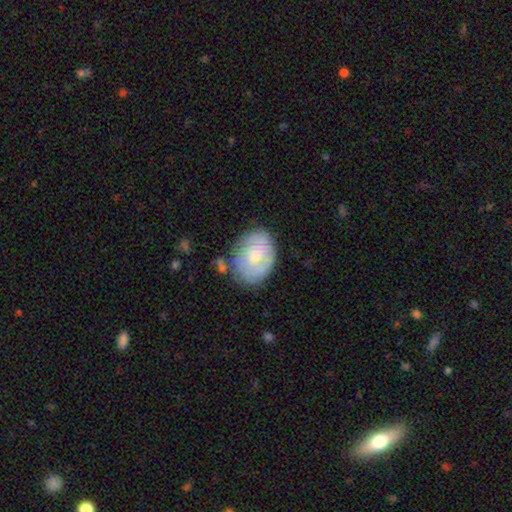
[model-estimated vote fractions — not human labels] A smooth galaxy with no disk features (55%) that is in between round and cigar-shaped (70%).

Vote fractions:
- Smooth or featured? smooth: 55% / featured or disk: 38% / star or artifact: 7%
- How rounded? in between: 70% / round: 29% / cigar-shaped: 1%
- Merging? none: 70% / minor disturbance: 20% / major disturbance: 6% / merger: 4%